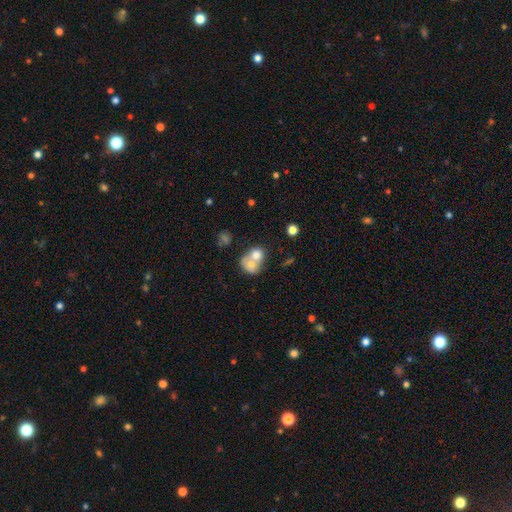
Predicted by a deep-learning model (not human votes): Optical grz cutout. It shows a smooth galaxy with no disk features (67%) that is round (63%). Merging: merger (69%).